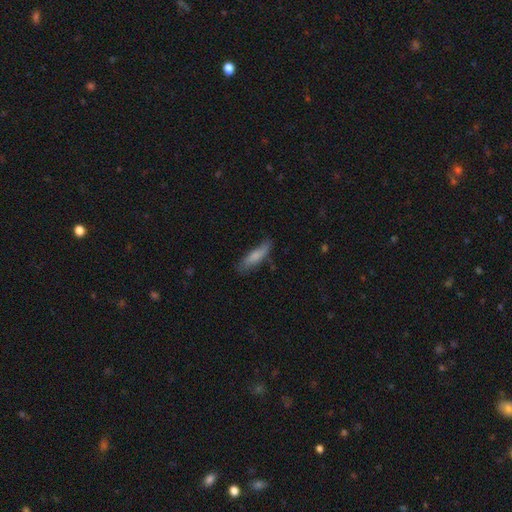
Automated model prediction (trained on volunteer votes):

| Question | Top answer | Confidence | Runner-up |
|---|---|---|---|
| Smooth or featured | smooth | 76% | featured or disk (18%) |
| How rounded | cigar-shaped | 70% | in between (28%) |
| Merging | none | 66% | minor disturbance (26%) |